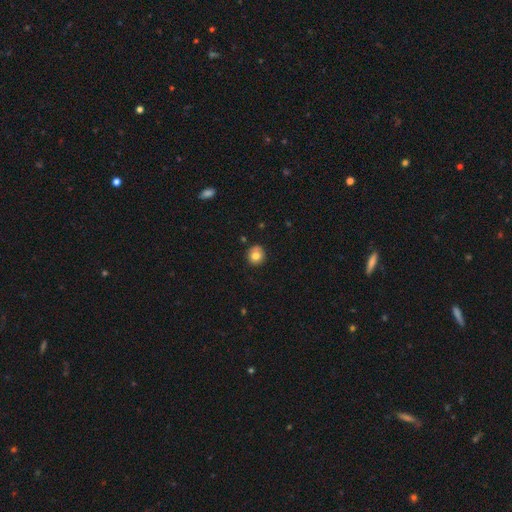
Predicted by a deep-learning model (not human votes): smooth_or_featured: smooth (p=0.79) [alt: featured or disk p=0.11]
how_rounded: round (p=0.90) [alt: in between p=0.09]
merging: none (p=0.81) [alt: minor disturbance p=0.14]